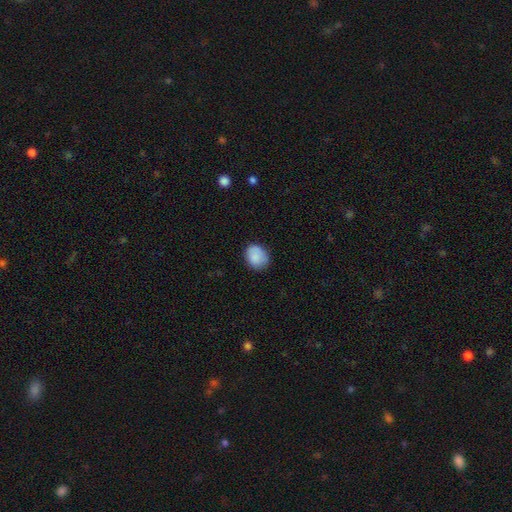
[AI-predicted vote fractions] smooth-or-featured: smooth: 86% | star or artifact: 8% | featured or disk: 6%
  how-rounded: round: 55% | in between: 44% | cigar-shaped: 1%
  merging: none: 79% | minor disturbance: 17% | major disturbance: 3% | merger: 1%